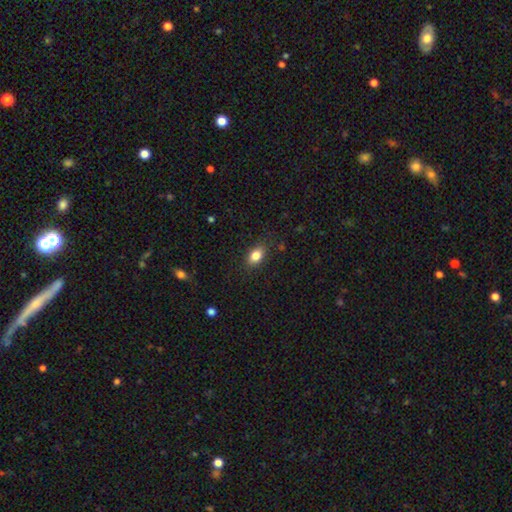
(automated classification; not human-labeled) A smooth galaxy with no disk features (84%) that is in between round and cigar-shaped (82%).

Vote fractions:
- Smooth or featured? smooth: 84% / star or artifact: 9% / featured or disk: 7%
- How rounded? in between: 82% / round: 15% / cigar-shaped: 3%
- Merging? none: 83% / minor disturbance: 13% / major disturbance: 3% / merger: 1%